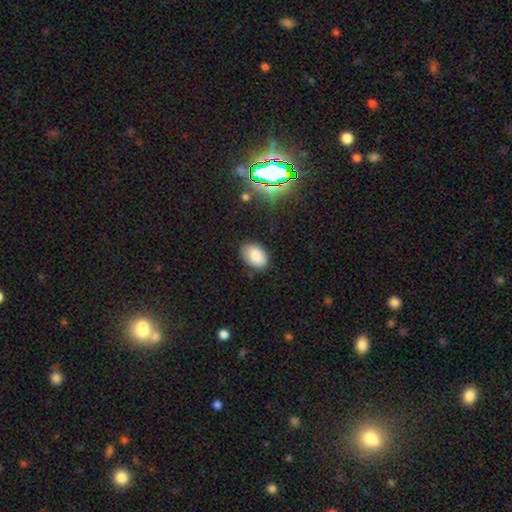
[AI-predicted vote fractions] This is clearly a smooth galaxy (82%). How rounded: clearly in between (85%). Merging: clearly none (82%).